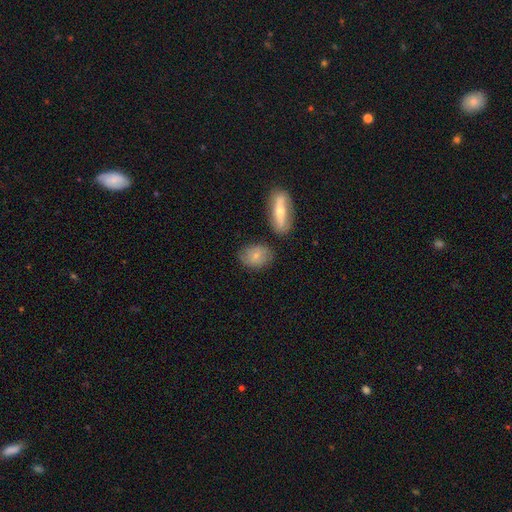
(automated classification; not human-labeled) Q: Smooth or featured?
A: smooth (69%); runner-up: featured or disk (24%)
Q: How rounded?
A: in between (67%); runner-up: round (30%)
Q: Merging?
A: none (67%); runner-up: minor disturbance (18%)